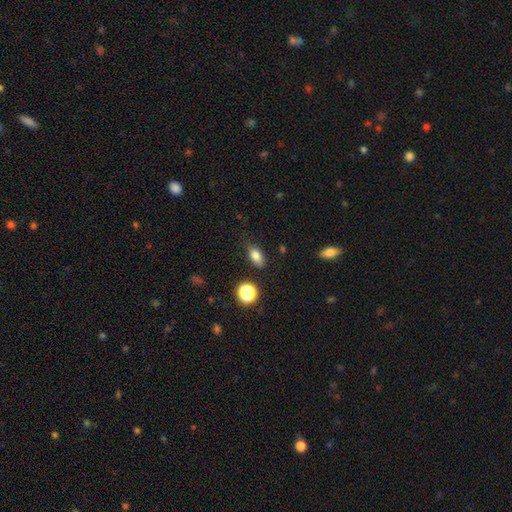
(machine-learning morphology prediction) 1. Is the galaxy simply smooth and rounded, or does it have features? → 80% smooth, 12% star or artifact, 9% featured or disk.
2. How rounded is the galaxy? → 83% in between, 12% round, 5% cigar-shaped.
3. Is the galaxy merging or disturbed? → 82% none, 13% minor disturbance, 3% major disturbance, 2% merger.